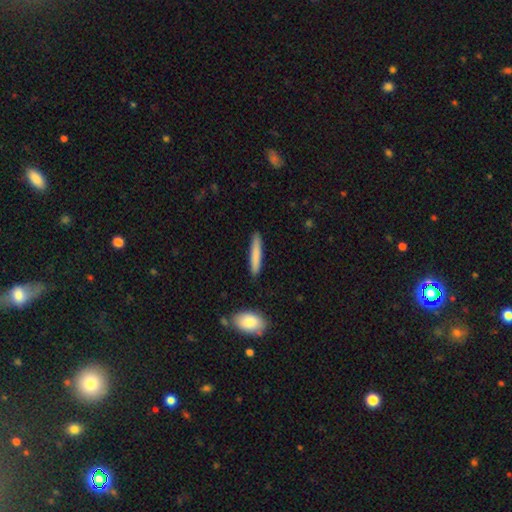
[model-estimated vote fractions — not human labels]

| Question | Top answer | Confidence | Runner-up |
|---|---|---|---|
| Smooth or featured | smooth | 79% | featured or disk (15%) |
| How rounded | cigar-shaped | 92% | in between (6%) |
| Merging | none | 89% | minor disturbance (8%) |